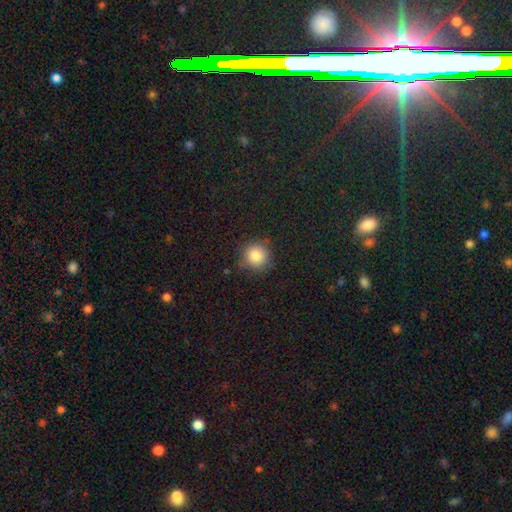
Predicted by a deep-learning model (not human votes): Overall: smooth (85%). How rounded: round (93%). Merging: none (84%).